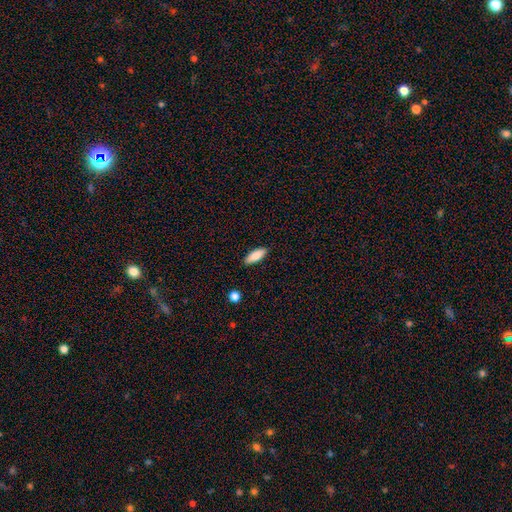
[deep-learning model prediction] This is clearly a smooth galaxy (83%). How rounded: likely in between (69%). Merging: clearly none (89%).